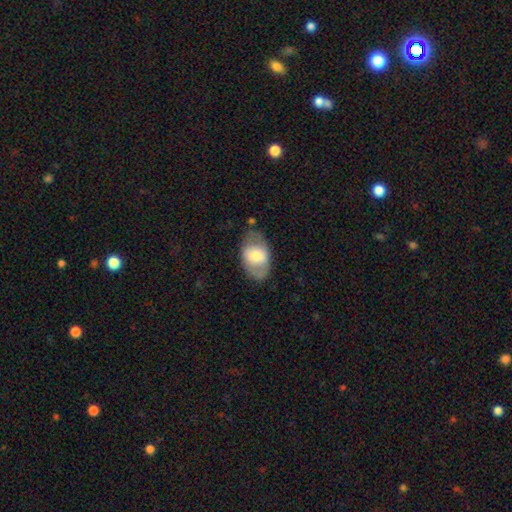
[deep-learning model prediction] A smooth galaxy with no disk features (59%) that is in between round and cigar-shaped (87%). Merging: none (69%).